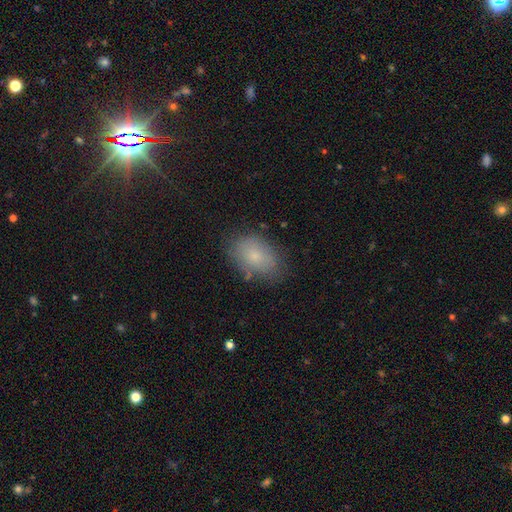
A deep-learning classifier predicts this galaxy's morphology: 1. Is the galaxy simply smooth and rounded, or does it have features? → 76% smooth, 15% featured or disk, 9% star or artifact.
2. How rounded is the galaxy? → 85% in between, 13% round, 1% cigar-shaped.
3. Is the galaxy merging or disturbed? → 75% none, 18% minor disturbance, 5% major disturbance, 2% merger.